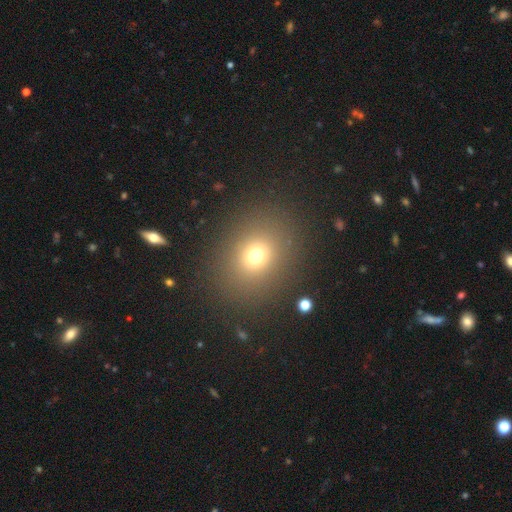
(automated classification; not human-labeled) Smooth or featured: smooth — 71% (star or artifact — 18%)
How rounded: round — 64% (in between — 35%)
Merging: none — 86% (minor disturbance — 8%)